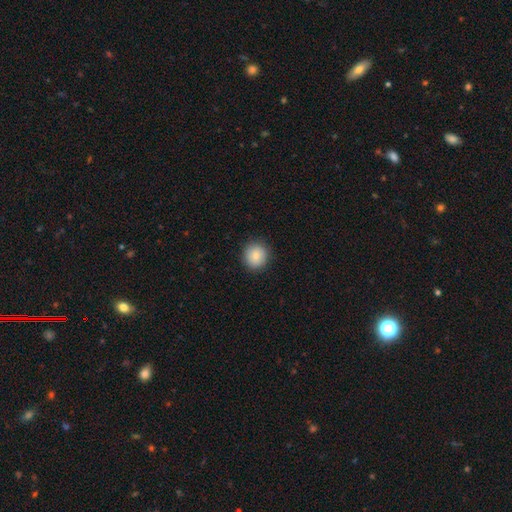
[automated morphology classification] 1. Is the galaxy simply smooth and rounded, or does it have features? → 83% smooth, 9% star or artifact, 9% featured or disk.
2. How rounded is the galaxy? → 89% round, 10% in between, 1% cigar-shaped.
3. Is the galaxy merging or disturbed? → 89% none, 8% minor disturbance, 2% major disturbance, 1% merger.